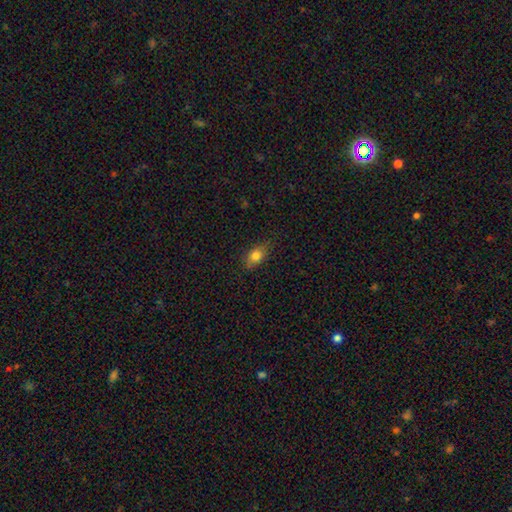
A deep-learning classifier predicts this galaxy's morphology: Smooth or featured? Predicted: smooth (p=0.79). How rounded? Predicted: in between (p=0.78). Merging? Predicted: none (p=0.79).